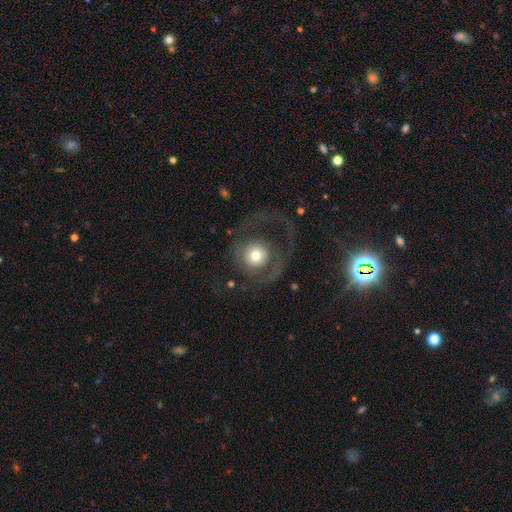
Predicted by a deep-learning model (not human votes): Smooth or featured: featured or disk — 49% (smooth — 43%)
Merging: major disturbance — 47% (none — 40%)